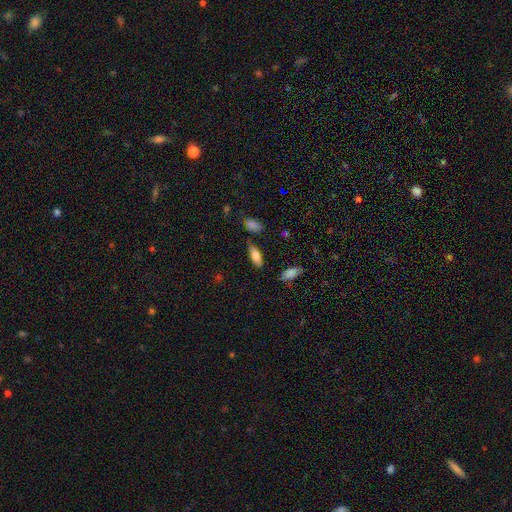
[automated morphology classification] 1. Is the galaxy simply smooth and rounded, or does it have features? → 76% smooth, 16% featured or disk, 8% star or artifact.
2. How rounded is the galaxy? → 72% in between, 25% cigar-shaped, 2% round.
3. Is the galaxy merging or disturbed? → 77% none, 16% minor disturbance, 4% major disturbance, 3% merger.